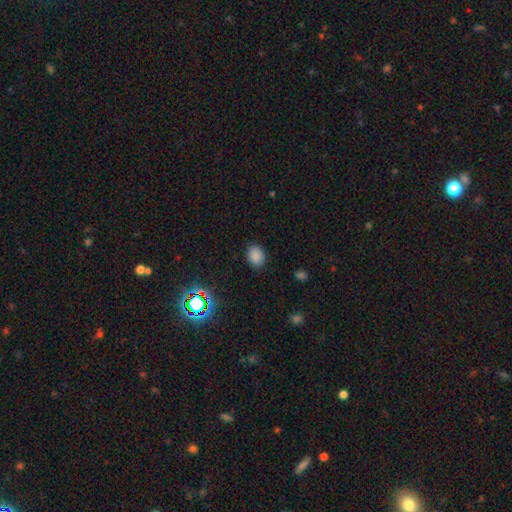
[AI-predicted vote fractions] This is clearly a smooth galaxy (83%). How rounded: likely in between (63%). Merging: clearly none (86%).